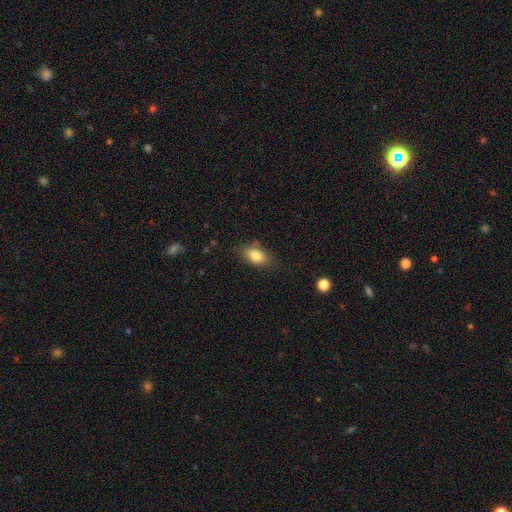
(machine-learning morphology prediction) smooth 82%, featured or disk 10%, star or artifact 9%. Down the decision tree: how rounded — in between (86%); merging — none (76%).